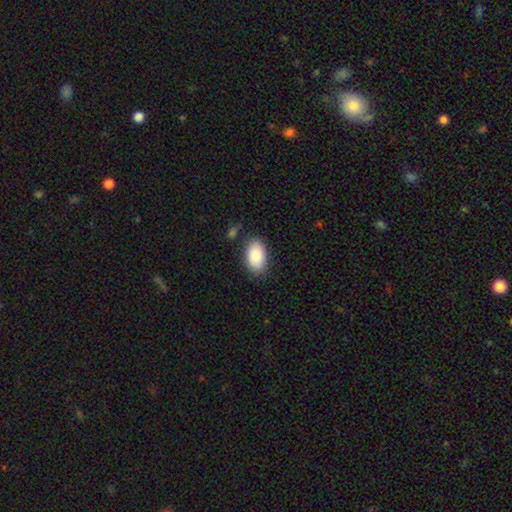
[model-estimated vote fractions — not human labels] smooth-or-featured: smooth: 89% | star or artifact: 6% | featured or disk: 5%
  how-rounded: in between: 93% | round: 6% | cigar-shaped: 1%
  merging: none: 82% | minor disturbance: 12% | major disturbance: 3% | merger: 2%